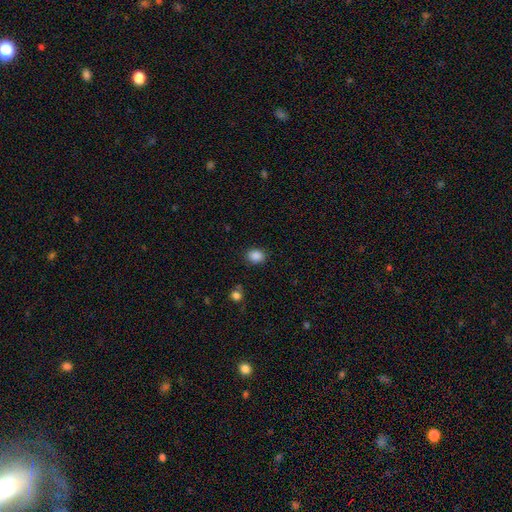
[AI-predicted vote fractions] Smooth or featured? Predicted: smooth (p=0.87). How rounded? Predicted: round (p=0.53). Merging? Predicted: none (p=0.86).